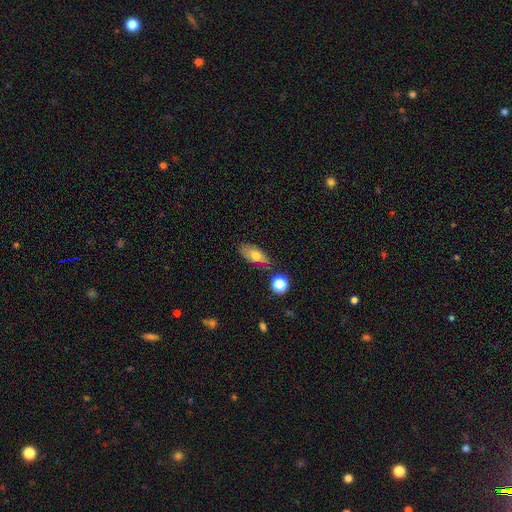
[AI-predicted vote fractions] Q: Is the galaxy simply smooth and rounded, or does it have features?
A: smooth — 69%.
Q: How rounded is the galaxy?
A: in between — 85%.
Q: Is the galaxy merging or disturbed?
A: none — 71%.